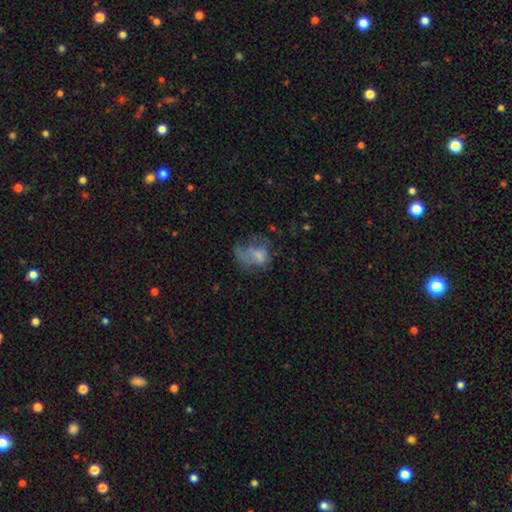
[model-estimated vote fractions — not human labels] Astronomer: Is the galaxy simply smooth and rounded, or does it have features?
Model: smooth — 55% (runner-up: featured or disk, 31%).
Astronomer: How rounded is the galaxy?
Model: in between — 65%.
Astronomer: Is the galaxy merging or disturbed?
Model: major disturbance — 47% (runner-up: none, 25%).